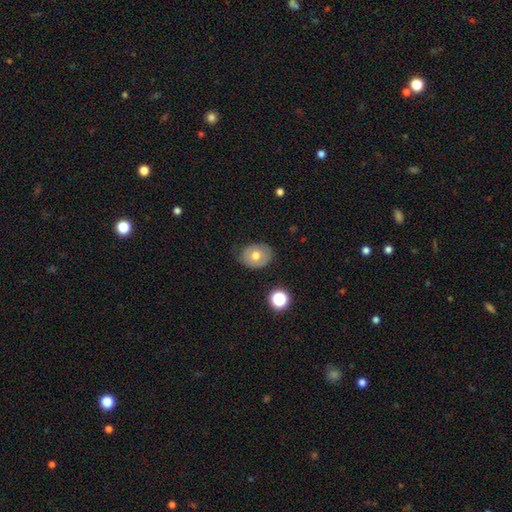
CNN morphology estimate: Q: Smooth or featured?
A: smooth (67%); runner-up: featured or disk (23%)
Q: How rounded?
A: in between (58%); runner-up: round (42%)
Q: Merging?
A: none (80%); runner-up: minor disturbance (15%)